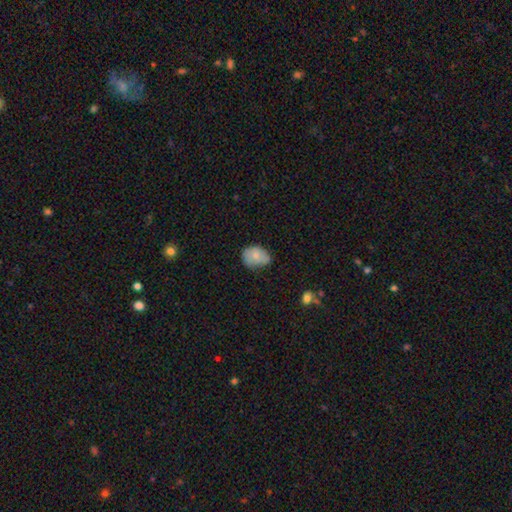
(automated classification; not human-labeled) Q: Smooth or featured?
A: smooth (76%); runner-up: featured or disk (17%)
Q: How rounded?
A: in between (69%); runner-up: round (30%)
Q: Merging?
A: none (45%); runner-up: minor disturbance (43%)